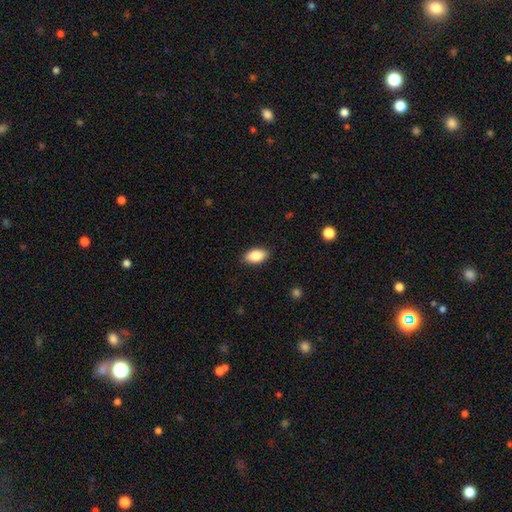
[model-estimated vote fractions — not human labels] Overall: smooth (87%). How rounded: in between (92%). Merging: none (88%).